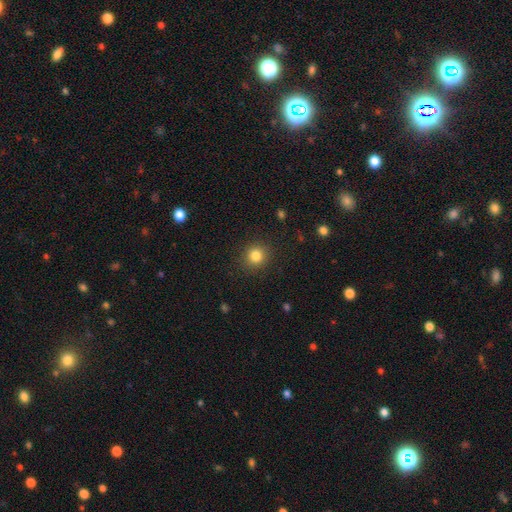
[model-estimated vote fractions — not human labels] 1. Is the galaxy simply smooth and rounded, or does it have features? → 83% smooth, 12% star or artifact, 6% featured or disk.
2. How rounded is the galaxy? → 89% round, 10% in between, 1% cigar-shaped.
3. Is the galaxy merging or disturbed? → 90% none, 7% minor disturbance, 2% major disturbance, 1% merger.